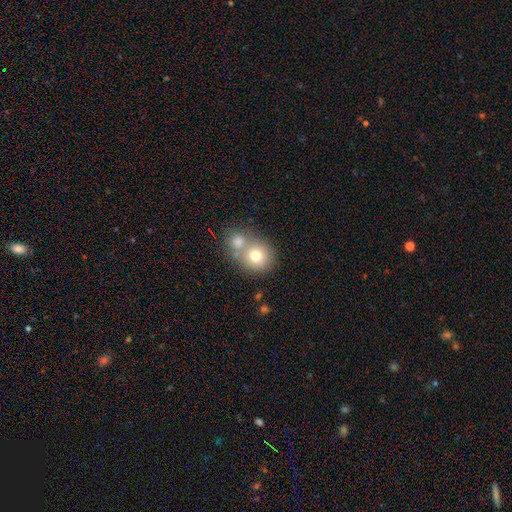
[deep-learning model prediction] Smooth or featured? Predicted: smooth (p=0.74). How rounded? Predicted: round (p=0.81). Merging? Predicted: merger (p=0.47).